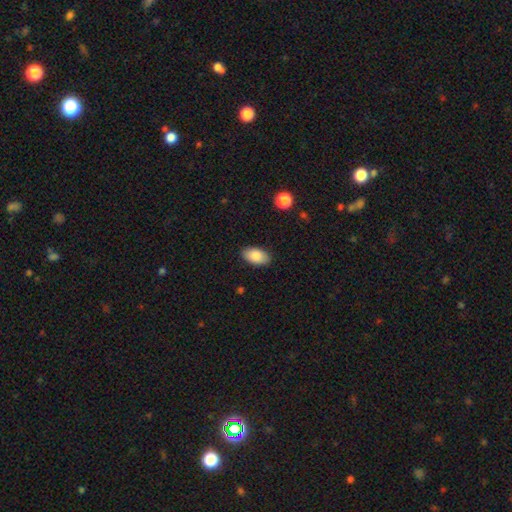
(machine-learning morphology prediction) A smooth galaxy with no disk features (86%) that is in between round and cigar-shaped (94%).

Vote fractions:
- Smooth or featured? smooth: 86% / featured or disk: 7% / star or artifact: 7%
- How rounded? in between: 94% / round: 4% / cigar-shaped: 2%
- Merging? none: 87% / minor disturbance: 9% / major disturbance: 2% / merger: 1%